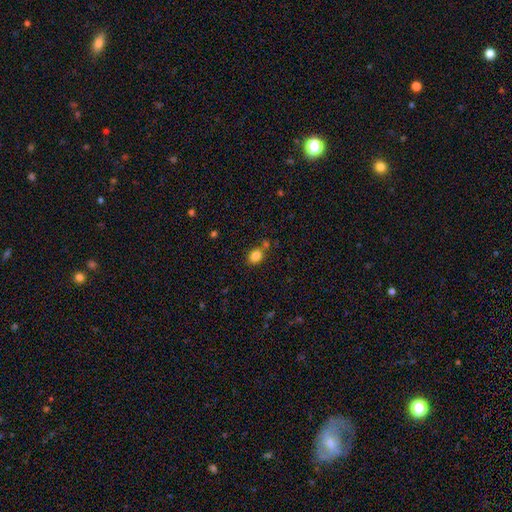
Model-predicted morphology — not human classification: smooth_or_featured: smooth (p=0.84) [alt: star or artifact p=0.10]
how_rounded: in between (p=0.59) [alt: round p=0.40]
merging: none (p=0.72) [alt: minor disturbance p=0.12]